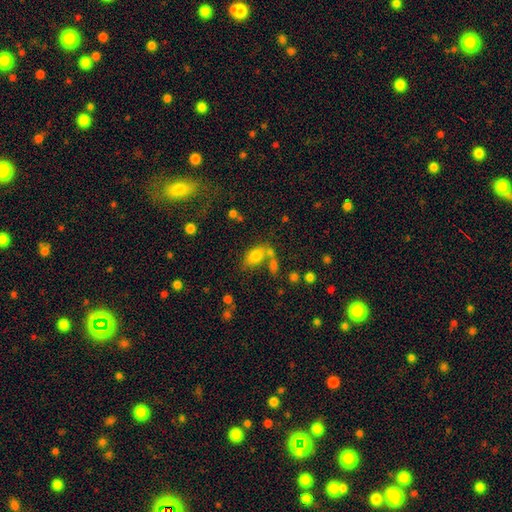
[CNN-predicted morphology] This appears to be a smooth galaxy with no disk features (76%) that is in between round and cigar-shaped (88%). Merging: none (45%).